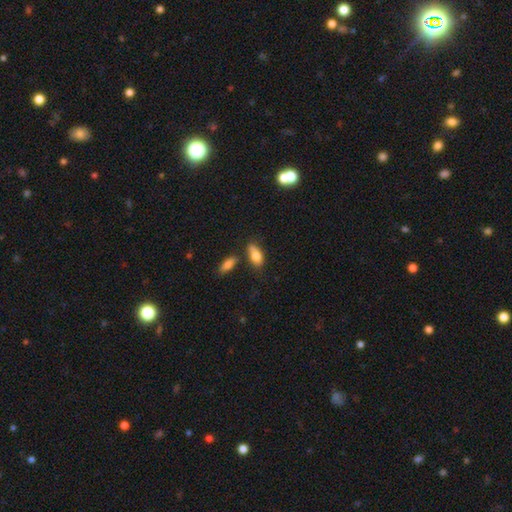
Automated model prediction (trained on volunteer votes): smooth 80%, featured or disk 12%, star or artifact 8%. Down the decision tree: how rounded — in between (85%); merging — none (57%).